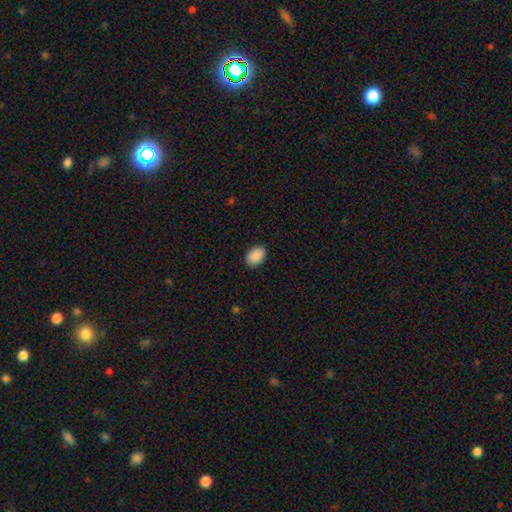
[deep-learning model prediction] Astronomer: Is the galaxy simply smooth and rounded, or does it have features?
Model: smooth — 90%.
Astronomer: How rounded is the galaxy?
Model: in between — 85%.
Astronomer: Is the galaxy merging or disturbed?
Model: none — 88%.